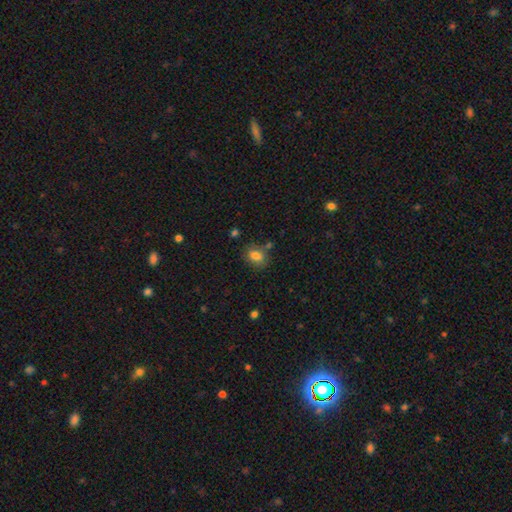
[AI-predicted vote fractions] smooth_or_featured: smooth (p=0.82) [alt: star or artifact p=0.10]
how_rounded: in between (p=0.69) [alt: round p=0.29]
merging: none (p=0.72) [alt: minor disturbance p=0.16]